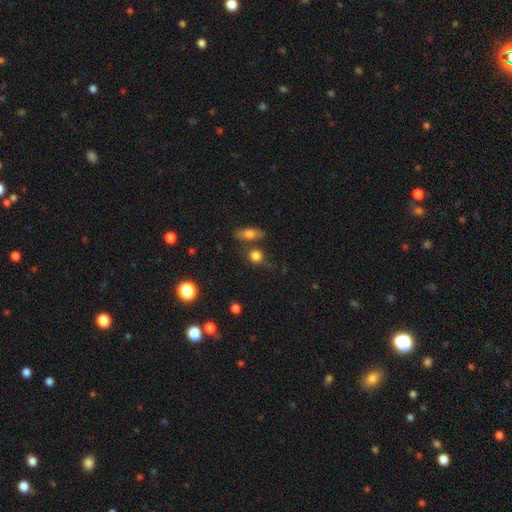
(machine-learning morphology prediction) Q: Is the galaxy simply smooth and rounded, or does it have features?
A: smooth — 79%.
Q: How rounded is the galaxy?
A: round — 76%.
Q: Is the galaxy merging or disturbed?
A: none — 66%.